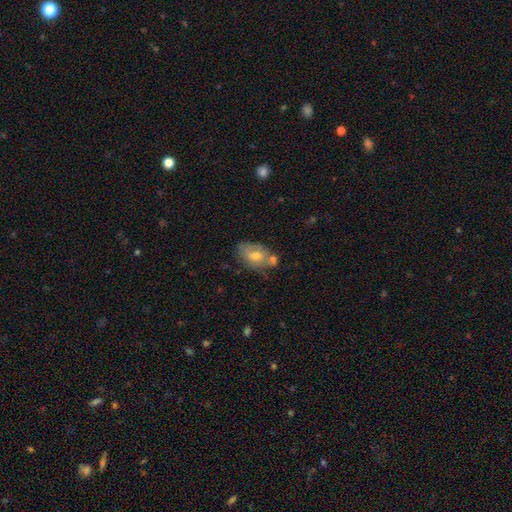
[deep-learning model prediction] Morphology: type=smooth (52%); roundness=in between (88%); merging=none (49%).